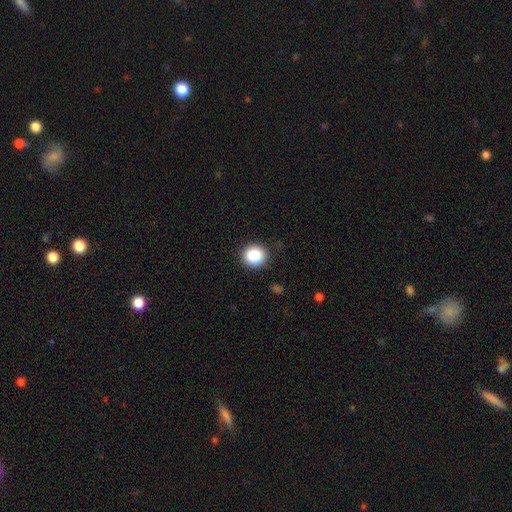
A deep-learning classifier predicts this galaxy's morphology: A smooth galaxy with no disk features (87%) that is round (90%). Merging: none (90%).